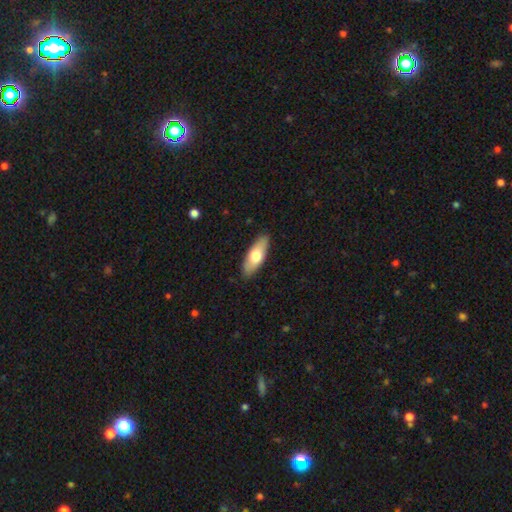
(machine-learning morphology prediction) Smooth or featured? Predicted: smooth (p=0.68). How rounded? Predicted: in between (p=0.66). Merging? Predicted: none (p=0.87).